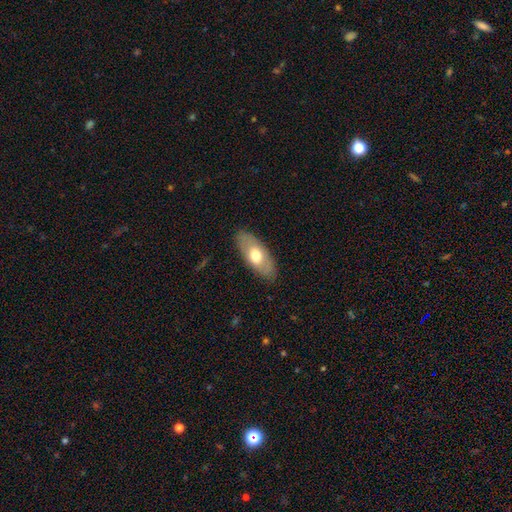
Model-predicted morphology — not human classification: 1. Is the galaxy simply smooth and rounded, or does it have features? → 61% smooth, 34% featured or disk, 5% star or artifact.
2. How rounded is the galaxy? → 86% in between, 11% cigar-shaped, 3% round.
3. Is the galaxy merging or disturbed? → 85% none, 11% minor disturbance, 3% major disturbance, 1% merger.